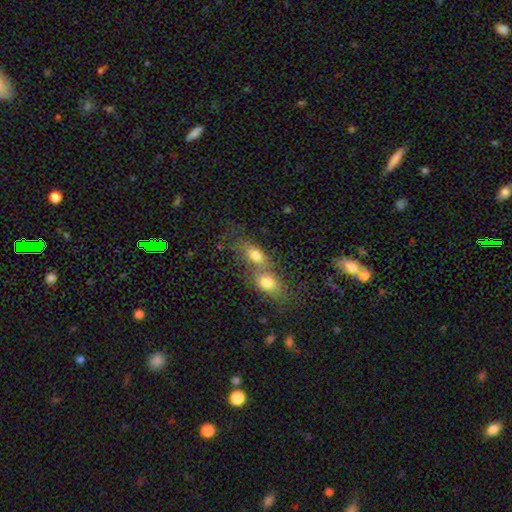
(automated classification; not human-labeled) Smooth or featured? Predicted: smooth (p=0.75). How rounded? Predicted: in between (p=0.72). Merging? Predicted: merger (p=0.69).